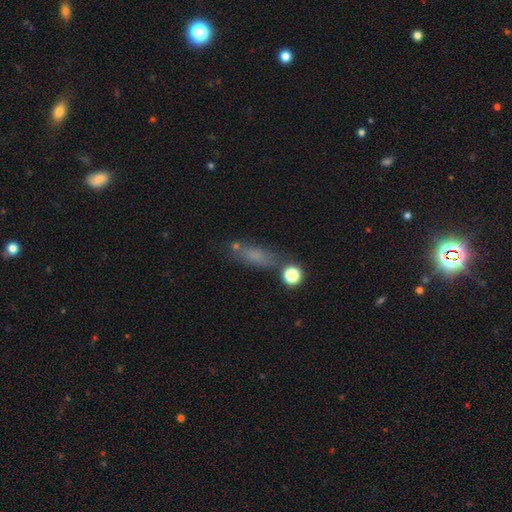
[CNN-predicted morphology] Smooth or featured? smooth (63%)
How rounded? cigar-shaped (49%)
Merging? none (65%)